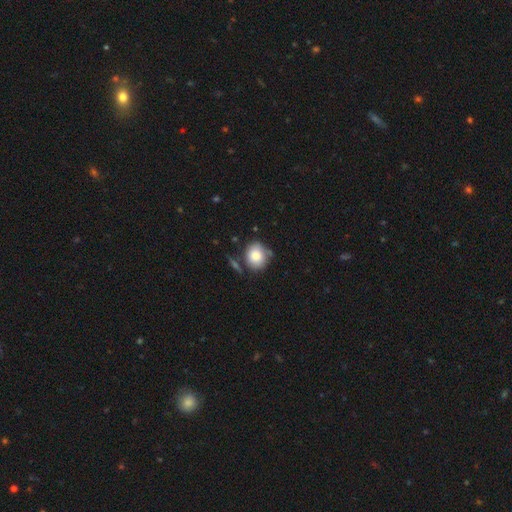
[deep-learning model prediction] Q: Smooth or featured?
A: smooth (82%); runner-up: featured or disk (10%)
Q: How rounded?
A: round (69%); runner-up: in between (30%)
Q: Merging?
A: none (67%); runner-up: minor disturbance (18%)